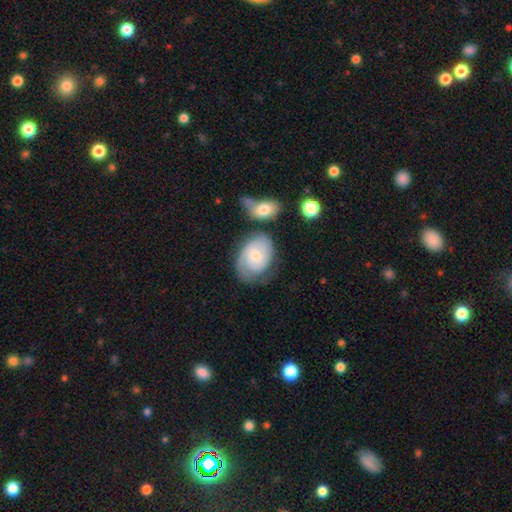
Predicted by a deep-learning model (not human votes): featured or disk 56%, smooth 37%, star or artifact 7%. Down the decision tree: edge-on disk — no (96%); bar — no (73%); spiral arms — yes (85%); bulge size — small (58%); merging — none (53%).